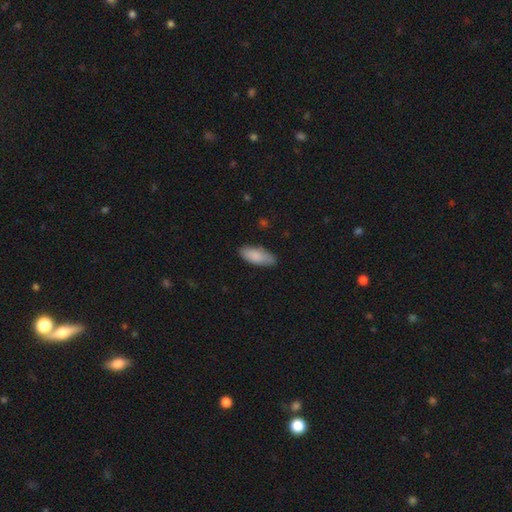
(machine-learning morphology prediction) smooth_or_featured: smooth (p=0.87) [alt: featured or disk p=0.07]
how_rounded: in between (p=0.82) [alt: cigar-shaped p=0.16]
merging: none (p=0.79) [alt: minor disturbance p=0.17]